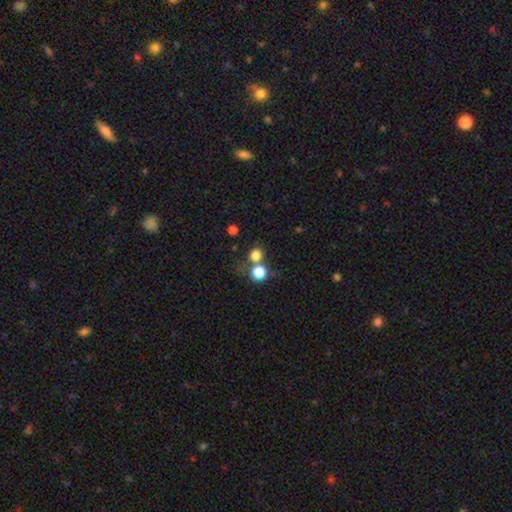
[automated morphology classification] Overall: smooth (79%). How rounded: round (88%). Merging: none (62%; merger 27%).